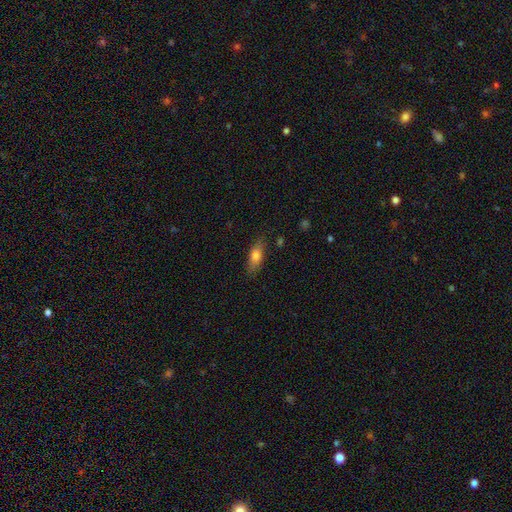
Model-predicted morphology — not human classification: A smooth galaxy with no disk features (72%) that is in between round and cigar-shaped (66%).

Vote fractions:
- Smooth or featured? smooth: 72% / featured or disk: 21% / star or artifact: 7%
- How rounded? in between: 66% / cigar-shaped: 31% / round: 4%
- Merging? none: 81% / minor disturbance: 14% / major disturbance: 3% / merger: 2%